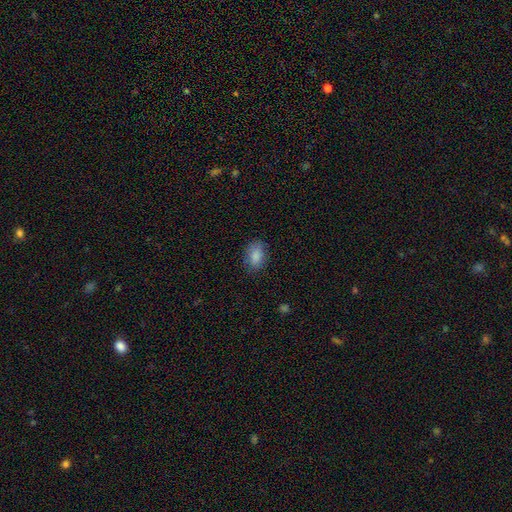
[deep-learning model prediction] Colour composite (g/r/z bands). It shows a smooth galaxy with no disk features (87%) that is in between round and cigar-shaped (88%). Merging: none (81%).